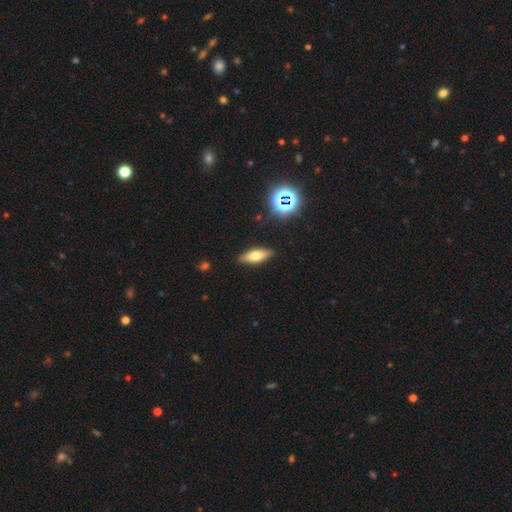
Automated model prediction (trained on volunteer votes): Smooth or featured: smooth — 59% (featured or disk — 30%)
How rounded: in between — 62% (cigar-shaped — 35%)
Merging: none — 88% (minor disturbance — 9%)